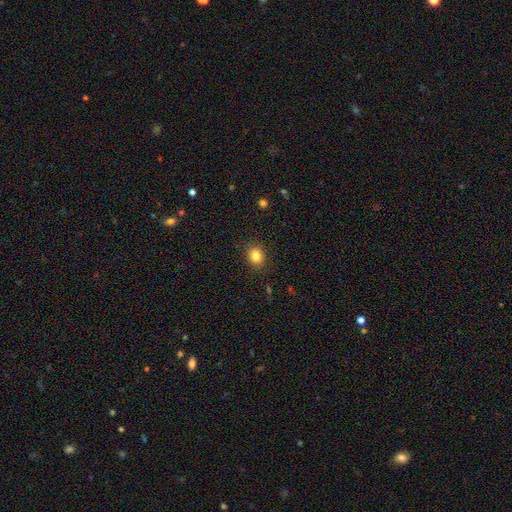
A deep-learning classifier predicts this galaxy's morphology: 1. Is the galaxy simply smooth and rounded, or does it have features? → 83% smooth, 11% star or artifact, 6% featured or disk.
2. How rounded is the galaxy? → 62% round, 37% in between, 1% cigar-shaped.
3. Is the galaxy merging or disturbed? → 89% none, 8% minor disturbance, 2% major disturbance, 1% merger.